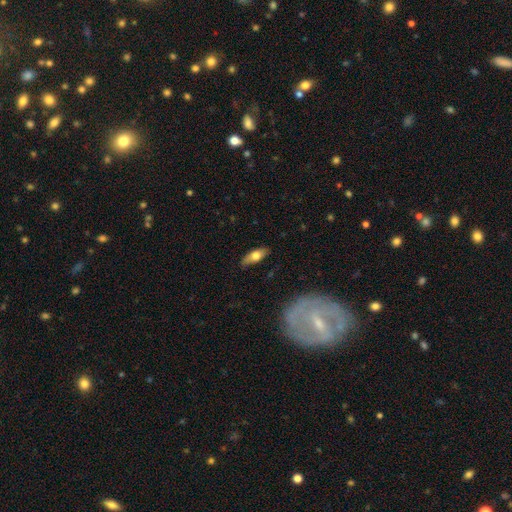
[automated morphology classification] Smooth or featured? smooth (64%)
How rounded? in between (70%)
Merging? none (82%)